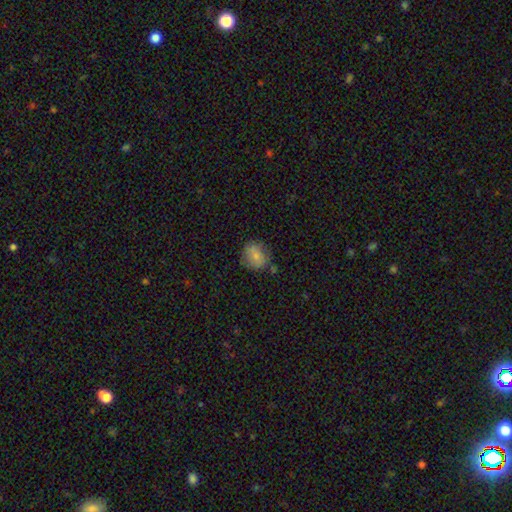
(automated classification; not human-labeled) smooth 79%, featured or disk 13%, star or artifact 9%. Down the decision tree: how rounded — round (66%); merging — none (69%).